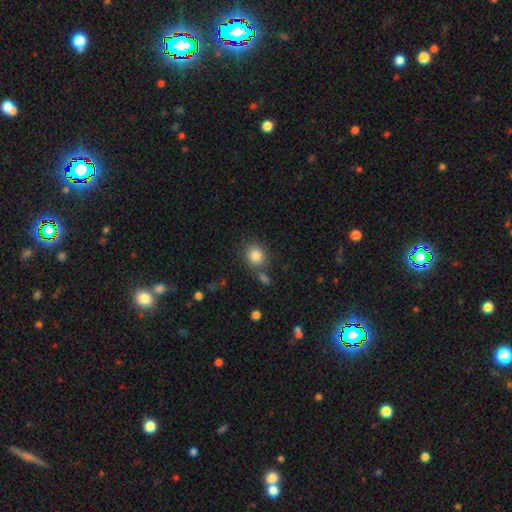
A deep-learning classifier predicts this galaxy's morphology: A smooth galaxy with no disk features (83%) that is round (77%).

Vote fractions:
- Smooth or featured? smooth: 83% / star or artifact: 10% / featured or disk: 7%
- How rounded? round: 77% / in between: 22% / cigar-shaped: 1%
- Merging? none: 71% / merger: 13% / minor disturbance: 12% / major disturbance: 4%